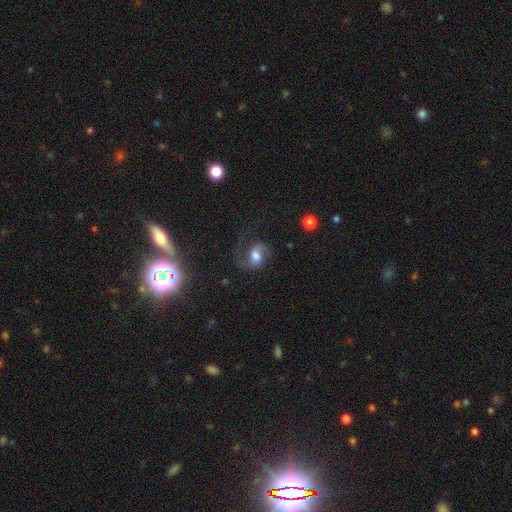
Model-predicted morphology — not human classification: Overall: featured or disk (61%; smooth 29%). Edge-on disk: no (97%). Bar: no (45%; weak 41%). Spiral arms: yes (90%). Spiral arm count: 2 (76%). Spiral winding: medium (46%; loose 41%). Bulge size: moderate (49%; large 33%). Merging: none (51%; major disturbance 29%).